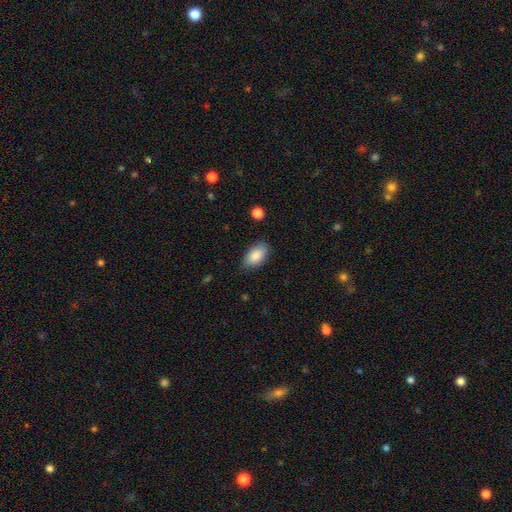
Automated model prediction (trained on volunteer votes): Q: Smooth or featured?
A: smooth (87%); runner-up: featured or disk (7%)
Q: How rounded?
A: in between (94%); runner-up: round (4%)
Q: Merging?
A: none (81%); runner-up: minor disturbance (15%)